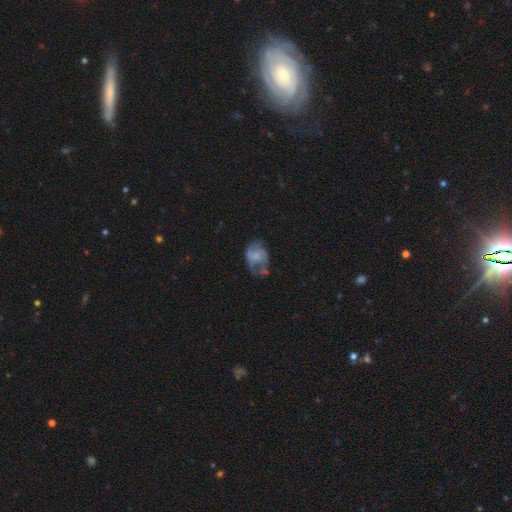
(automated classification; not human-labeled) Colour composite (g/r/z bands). It shows a featured or disk galaxy (47%). Merging: none (33%).